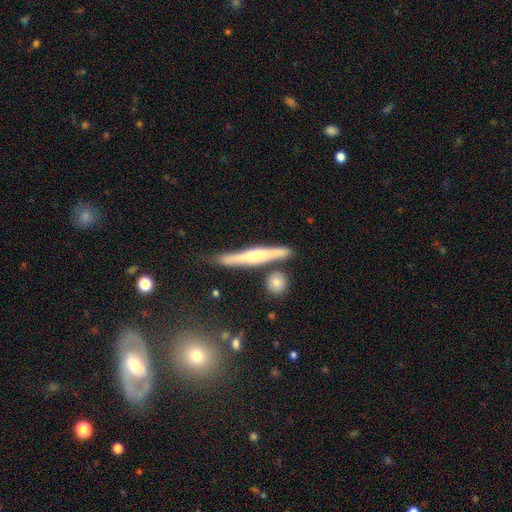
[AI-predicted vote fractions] This appears to be a featured or disk galaxy (62%) viewed edge-on (95%) with a rounded central bulge (75%). Merging: none (74%).